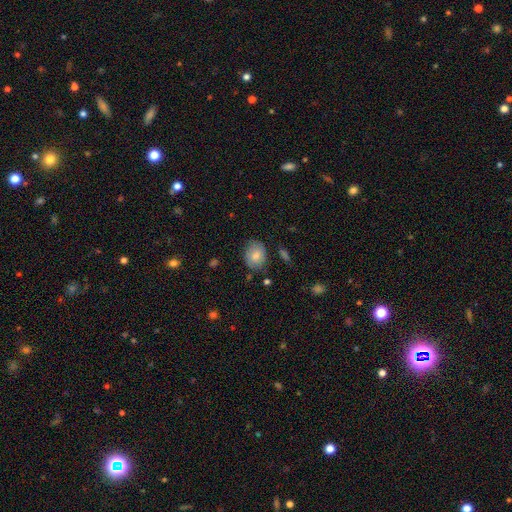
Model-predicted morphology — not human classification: smooth_or_featured: smooth (p=0.70) [alt: featured or disk p=0.22]
how_rounded: in between (p=0.54) [alt: round p=0.45]
merging: none (p=0.76) [alt: minor disturbance p=0.18]